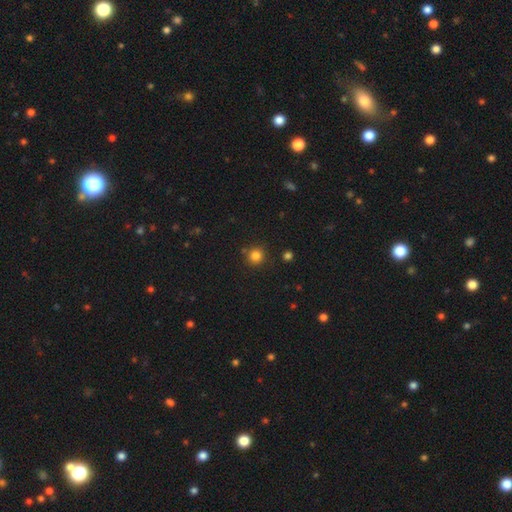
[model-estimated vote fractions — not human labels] A smooth galaxy with no disk features (83%) that is round (93%). Merging: none (85%).